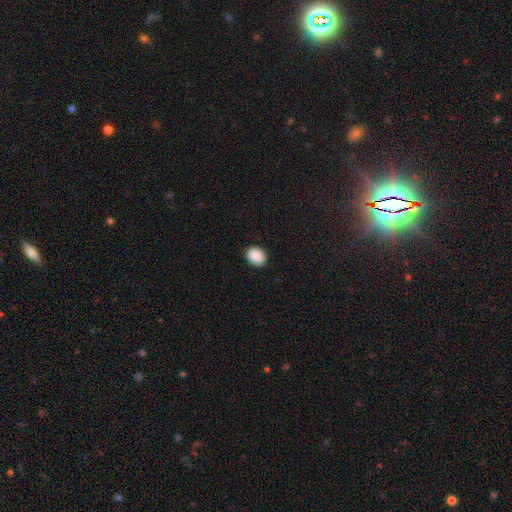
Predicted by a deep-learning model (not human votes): Smooth or featured?
  - smooth: 90% *
  - star or artifact: 7%
  - featured or disk: 3%
How rounded?
  - in between: 64% *
  - round: 35%
  - cigar-shaped: 1%
Merging?
  - none: 89% *
  - minor disturbance: 8%
  - major disturbance: 2%
  - merger: 1%